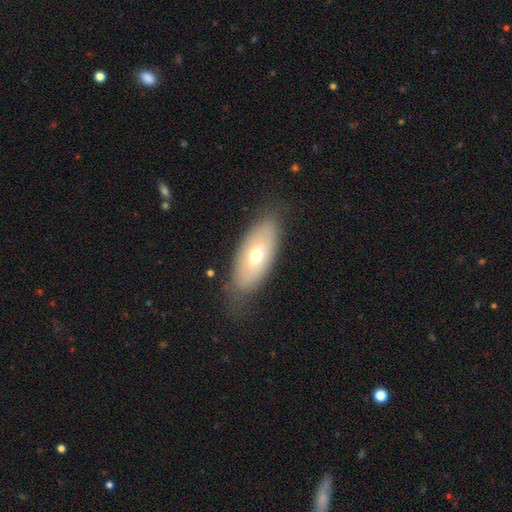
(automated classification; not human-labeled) Overall: smooth (57%; featured or disk 36%). How rounded: in between (84%). Merging: none (77%).